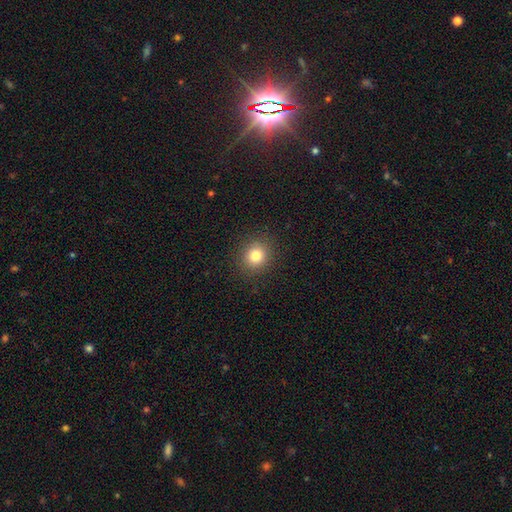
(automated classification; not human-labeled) smooth_or_featured: smooth (p=0.80) [alt: star or artifact p=0.13]
how_rounded: round (p=0.87) [alt: in between p=0.12]
merging: none (p=0.90) [alt: minor disturbance p=0.07]